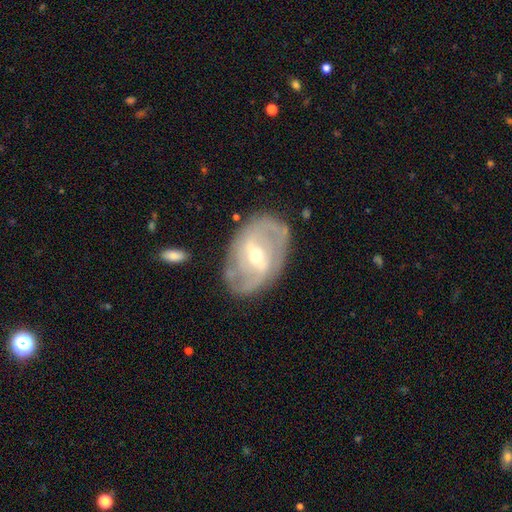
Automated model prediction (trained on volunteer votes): Morphology: type=featured or disk (83%); edge-on=no (95%); bar=weak (49%); spiral arms=yes (90%); winding=medium (40%, tied with tight); arm count=2 (59%); bulge=moderate (51%); merging=none (76%).